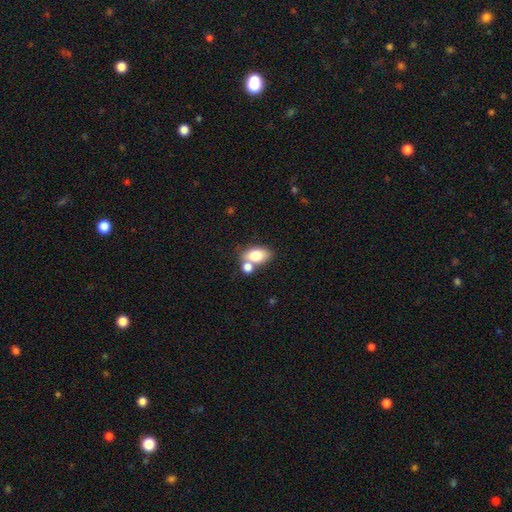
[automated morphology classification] Smooth or featured? Predicted: smooth (p=0.79). How rounded? Predicted: in between (p=0.85). Merging? Predicted: none (p=0.48).